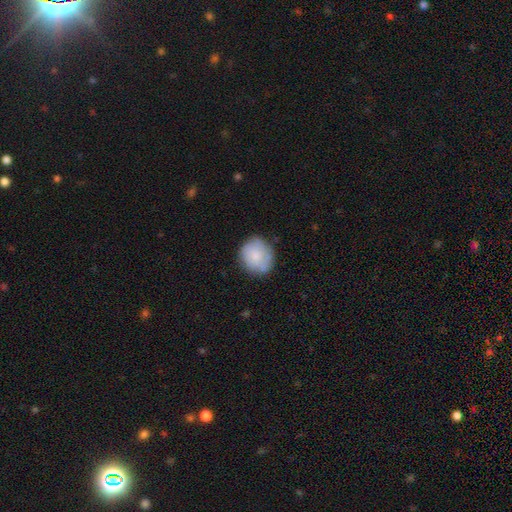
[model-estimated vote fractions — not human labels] A smooth galaxy with no disk features (77%) that is round (80%).

Vote fractions:
- Smooth or featured? smooth: 77% / featured or disk: 16% / star or artifact: 7%
- How rounded? round: 80% / in between: 19% / cigar-shaped: 1%
- Merging? none: 71% / minor disturbance: 21% / major disturbance: 5% / merger: 3%